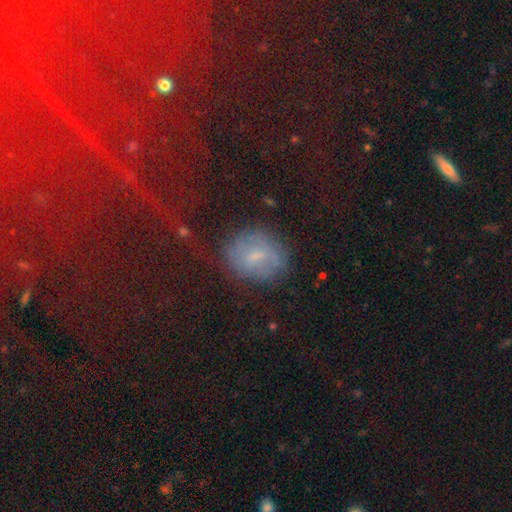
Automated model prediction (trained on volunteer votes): Overall: smooth (48%; featured or disk 31%). Merging: none (76%).